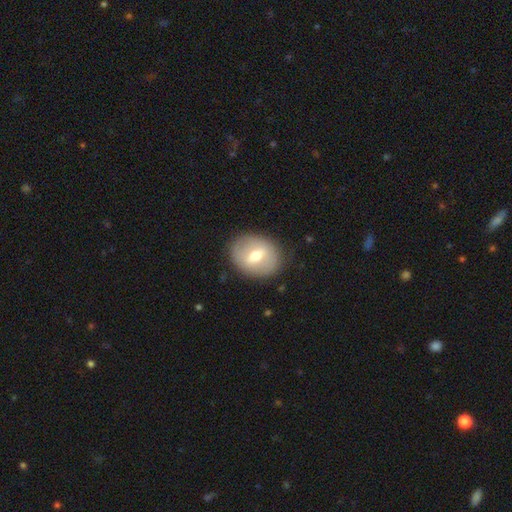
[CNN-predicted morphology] This appears to be a smooth galaxy with no disk features (49%). Merging: none (84%).